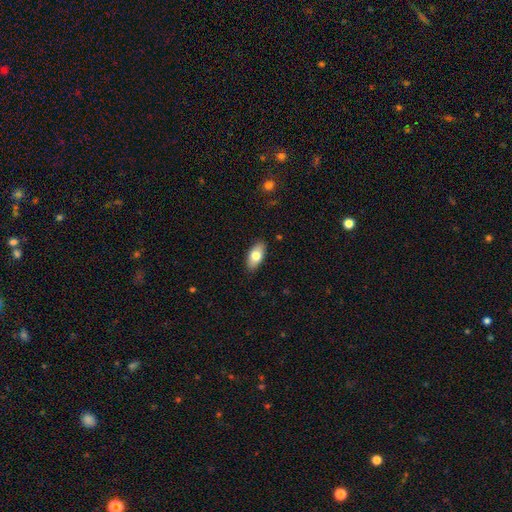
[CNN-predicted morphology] Smooth or featured? smooth (77%)
How rounded? in between (90%)
Merging? none (88%)